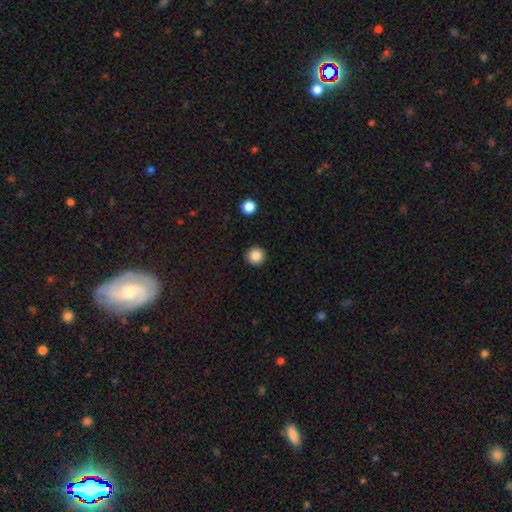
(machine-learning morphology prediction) Smooth or featured: smooth — 86% (star or artifact — 10%)
How rounded: round — 96% (in between — 3%)
Merging: none — 92% (minor disturbance — 5%)